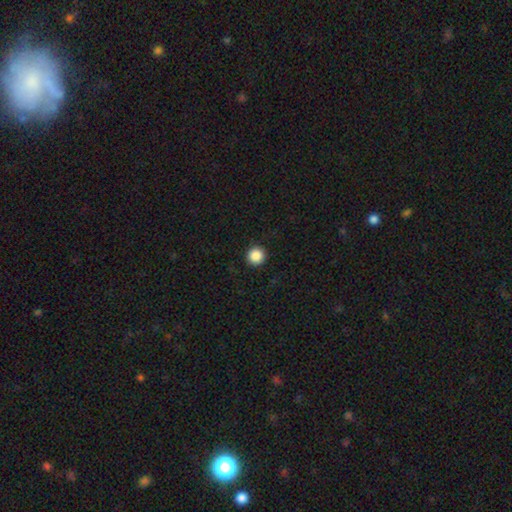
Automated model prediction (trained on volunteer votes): smooth 88%, star or artifact 9%, featured or disk 3%. Down the decision tree: how rounded — round (96%); merging — none (93%).